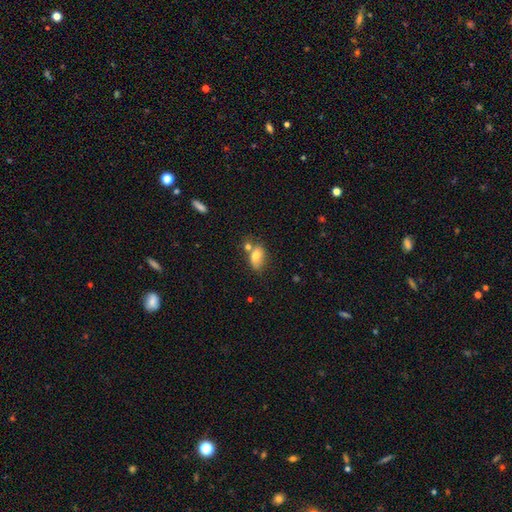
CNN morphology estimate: type=smooth (72%); roundness=in between (86%); merging=none (45%).